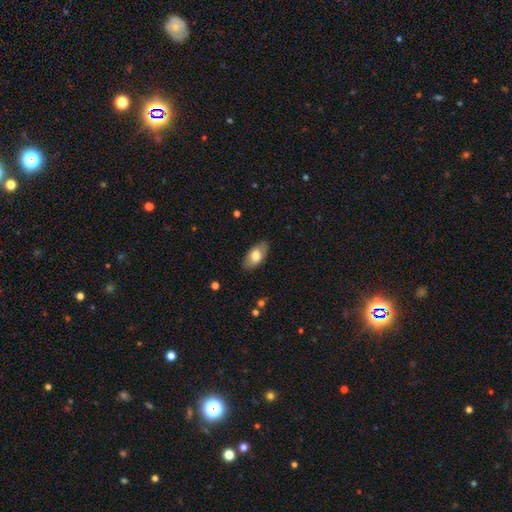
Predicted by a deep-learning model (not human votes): Smooth or featured: smooth — 73% (featured or disk — 21%)
How rounded: in between — 92% (cigar-shaped — 4%)
Merging: none — 85% (minor disturbance — 11%)